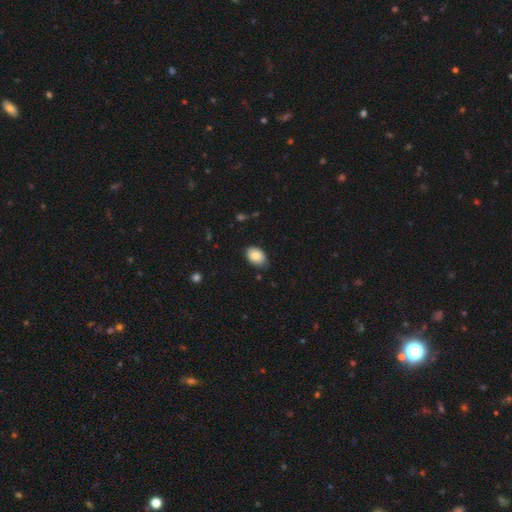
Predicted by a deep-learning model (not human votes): Q: Smooth or featured?
A: smooth (83%); runner-up: featured or disk (10%)
Q: How rounded?
A: in between (86%); runner-up: round (13%)
Q: Merging?
A: none (77%); runner-up: minor disturbance (19%)